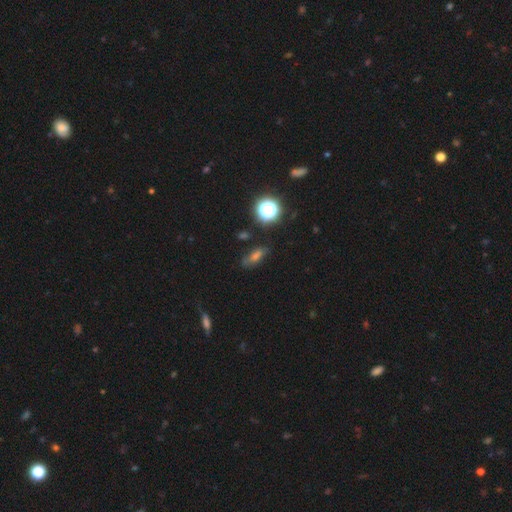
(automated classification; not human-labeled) smooth 52%, star or artifact 29%, featured or disk 20%. Down the decision tree: how rounded — in between (56%); merging — none (75%).